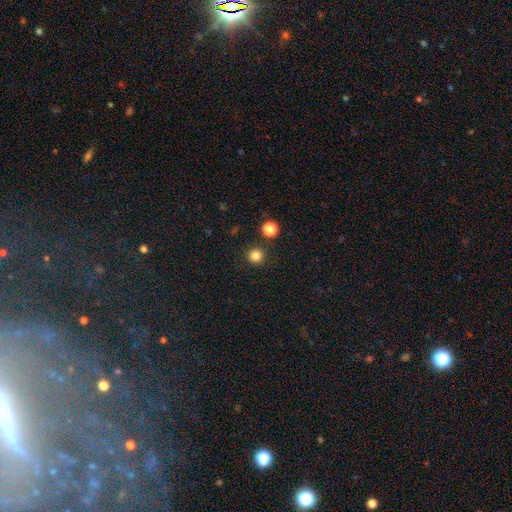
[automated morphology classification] Smooth or featured: smooth — 82% (star or artifact — 13%)
How rounded: round — 95% (in between — 4%)
Merging: none — 91% (minor disturbance — 5%)